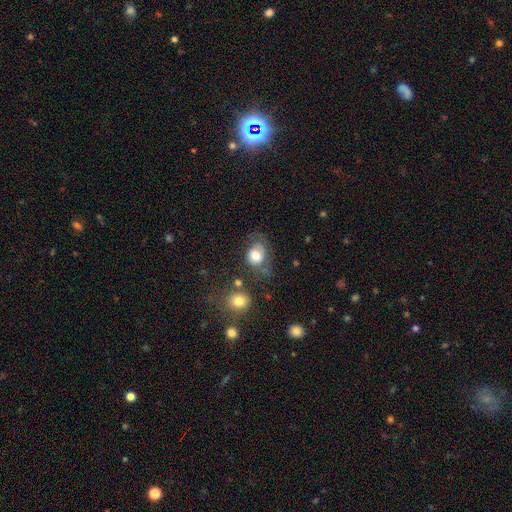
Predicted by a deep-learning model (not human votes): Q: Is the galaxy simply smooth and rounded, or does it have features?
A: smooth — 73%.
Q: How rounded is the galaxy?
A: round — 53%.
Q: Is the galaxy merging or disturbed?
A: none — 45%.